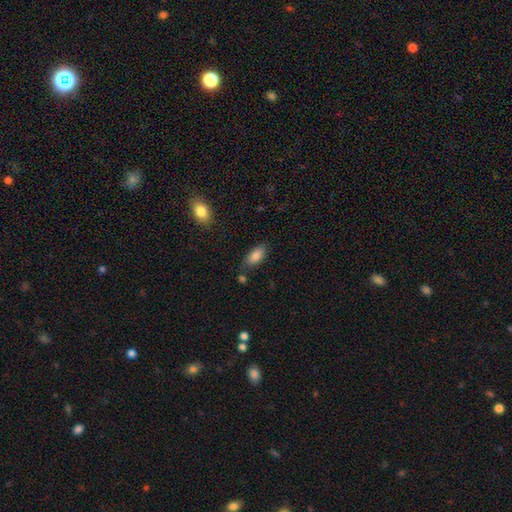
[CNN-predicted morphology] smooth 85%, star or artifact 8%, featured or disk 7%. Down the decision tree: how rounded — in between (88%); merging — none (72%).